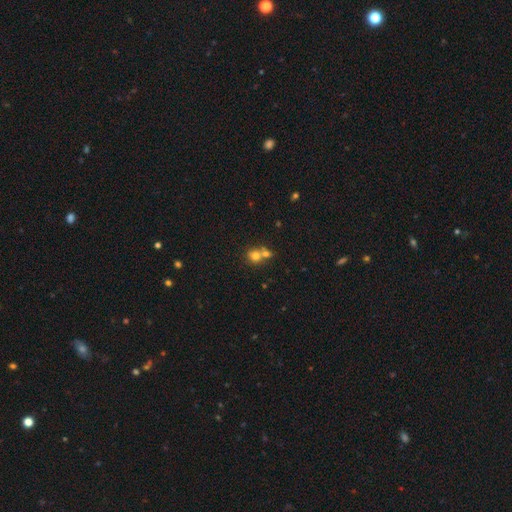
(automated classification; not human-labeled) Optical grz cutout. It shows a smooth galaxy with no disk features (73%) that is round (81%). Merging: merger (54%).